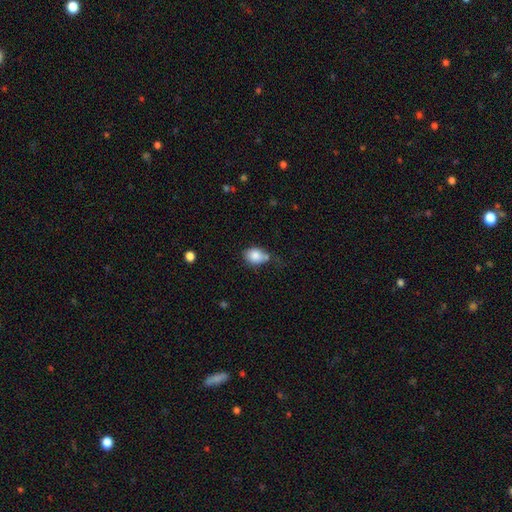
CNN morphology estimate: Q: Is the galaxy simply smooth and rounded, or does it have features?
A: smooth — 83%.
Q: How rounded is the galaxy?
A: in between — 58%.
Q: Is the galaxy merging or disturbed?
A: none — 49%.